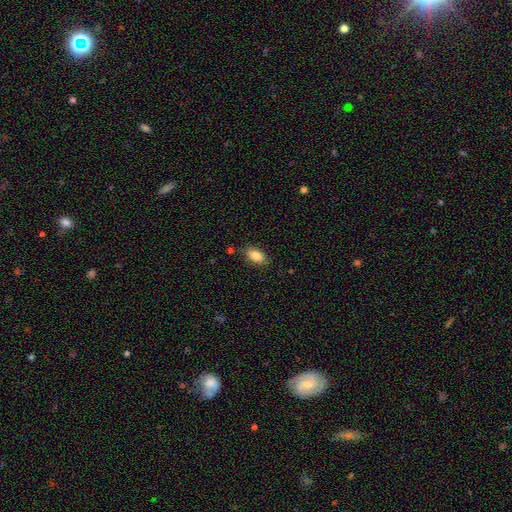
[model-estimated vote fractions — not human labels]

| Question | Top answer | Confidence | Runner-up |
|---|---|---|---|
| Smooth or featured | smooth | 86% | star or artifact (8%) |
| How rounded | in between | 92% | round (5%) |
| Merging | none | 83% | minor disturbance (12%) |